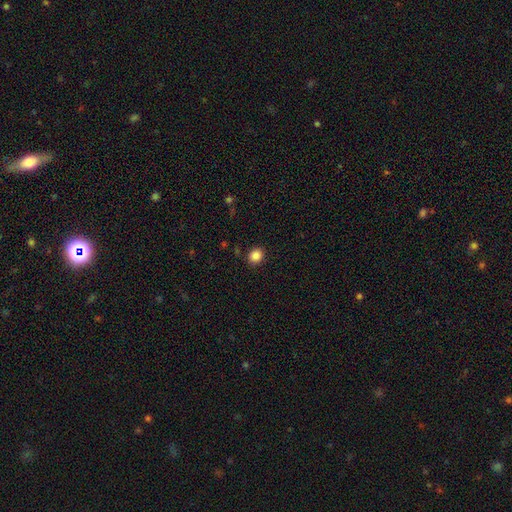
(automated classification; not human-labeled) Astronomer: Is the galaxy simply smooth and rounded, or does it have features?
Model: smooth — 86%.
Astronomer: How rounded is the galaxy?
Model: round — 75%.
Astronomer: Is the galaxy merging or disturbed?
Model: none — 90%.